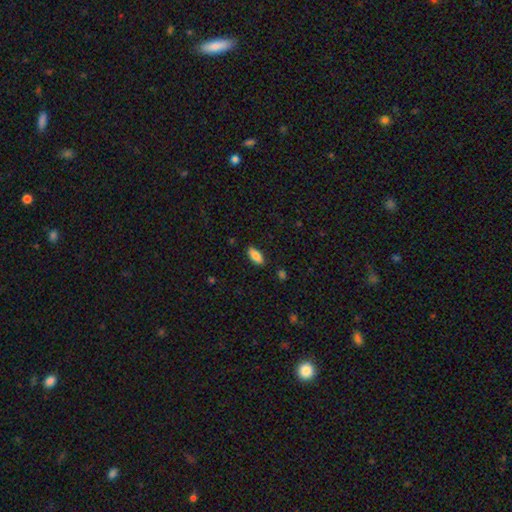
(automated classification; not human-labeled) Smooth or featured: smooth — 85% (featured or disk — 7%)
How rounded: in between — 87% (cigar-shaped — 11%)
Merging: none — 85% (minor disturbance — 11%)